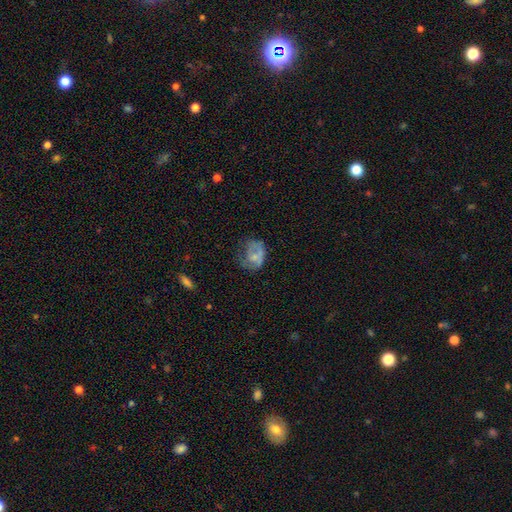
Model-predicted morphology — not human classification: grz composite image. It shows a smooth galaxy with no disk features (47%). Merging: major disturbance (37%).